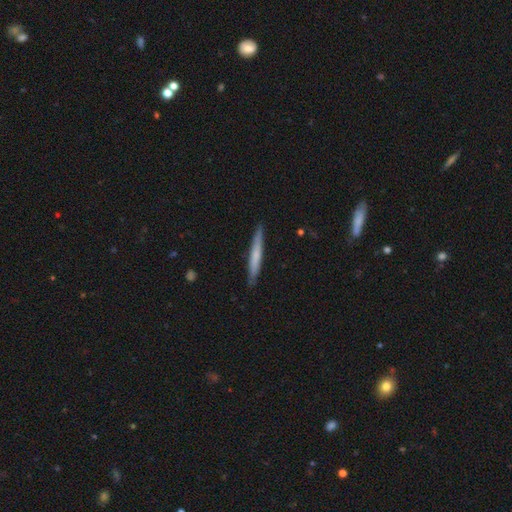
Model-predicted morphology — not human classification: smooth 58%, featured or disk 37%, star or artifact 5%. Down the decision tree: how rounded — cigar-shaped (96%); merging — none (89%).